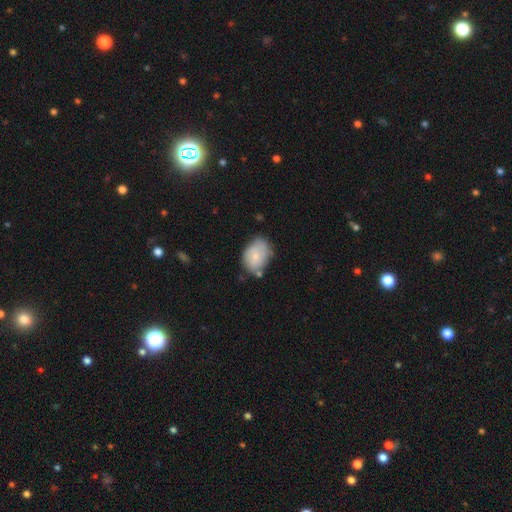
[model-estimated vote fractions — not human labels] Q: Smooth or featured?
A: smooth (75%); runner-up: featured or disk (18%)
Q: How rounded?
A: in between (77%); runner-up: round (22%)
Q: Merging?
A: none (54%); runner-up: minor disturbance (30%)